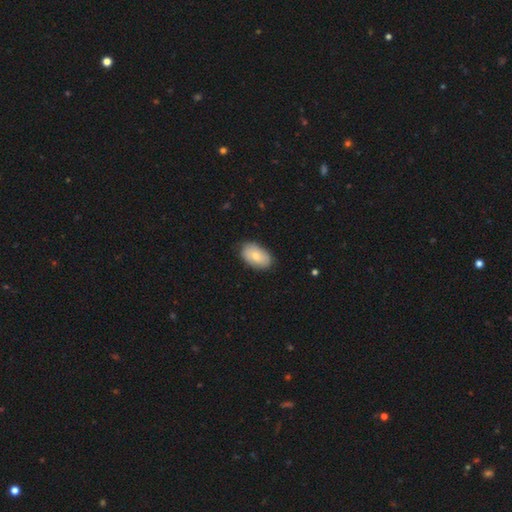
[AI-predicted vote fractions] Smooth or featured: smooth — 72% (featured or disk — 22%)
How rounded: in between — 92% (round — 6%)
Merging: none — 82% (minor disturbance — 14%)